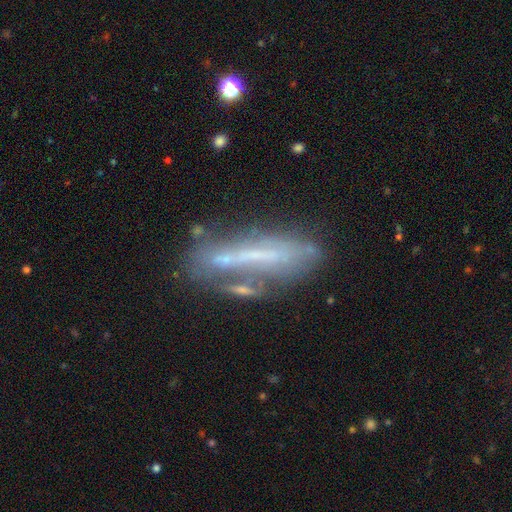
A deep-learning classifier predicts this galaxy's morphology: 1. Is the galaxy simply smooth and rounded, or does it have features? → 58% featured or disk, 31% smooth, 10% star or artifact.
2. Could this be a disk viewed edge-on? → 56% yes, 44% no.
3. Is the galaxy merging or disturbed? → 51% none, 22% minor disturbance, 14% major disturbance, 13% merger.